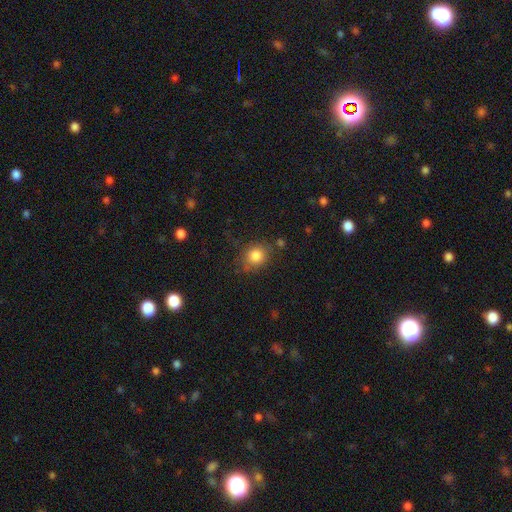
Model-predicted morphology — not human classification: The model was most divided on "how rounded": round: 74%, in between: 25%, cigar-shaped: 1%. More confident: smooth or featured — smooth (83%); merging — none (72%).